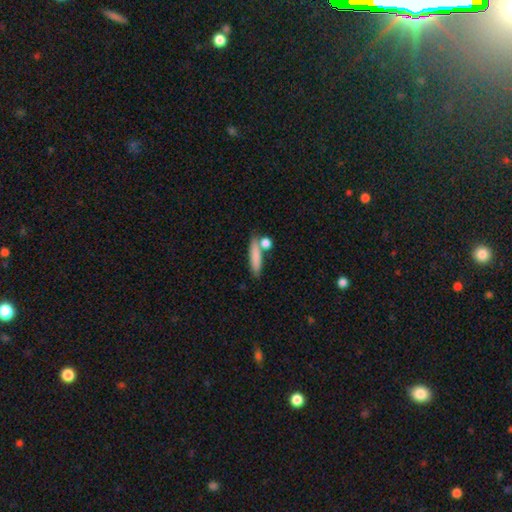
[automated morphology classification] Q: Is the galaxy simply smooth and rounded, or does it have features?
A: smooth — 80%.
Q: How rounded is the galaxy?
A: cigar-shaped — 69%.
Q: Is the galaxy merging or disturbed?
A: none — 63%.